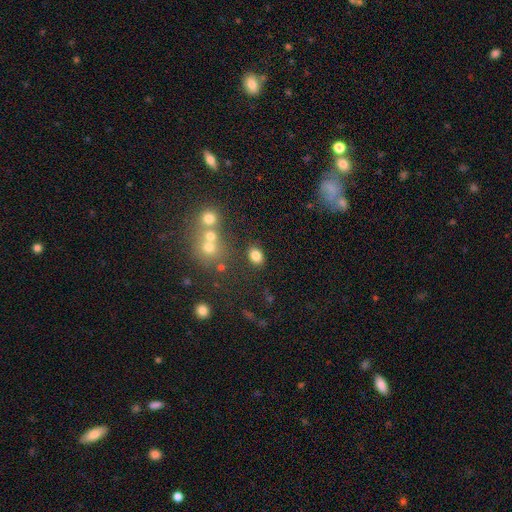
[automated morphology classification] Smooth or featured? Predicted: smooth (p=0.81). How rounded? Predicted: in between (p=0.71). Merging? Predicted: none (p=0.80).